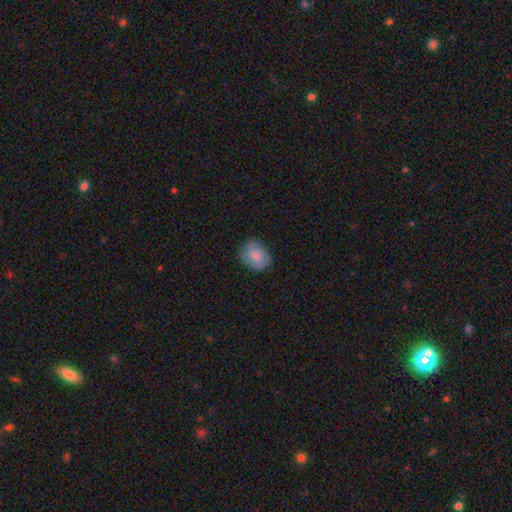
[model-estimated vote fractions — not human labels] The model was most divided on "how rounded": in between: 50%, round: 49%, cigar-shaped: 1%. More confident: smooth or featured — smooth (84%); merging — none (79%).